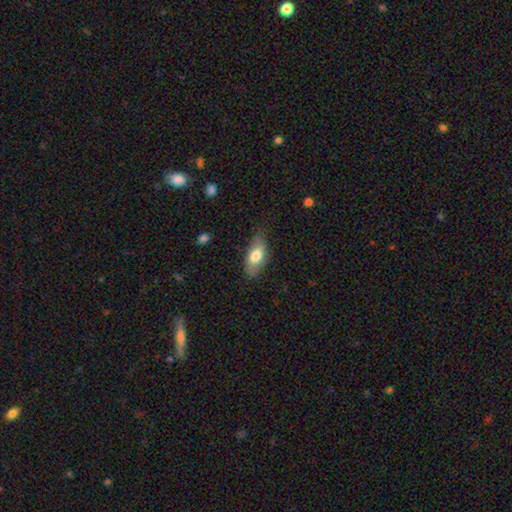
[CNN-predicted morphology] A smooth galaxy with no disk features (71%) that is in between round and cigar-shaped (87%). Merging: none (73%).